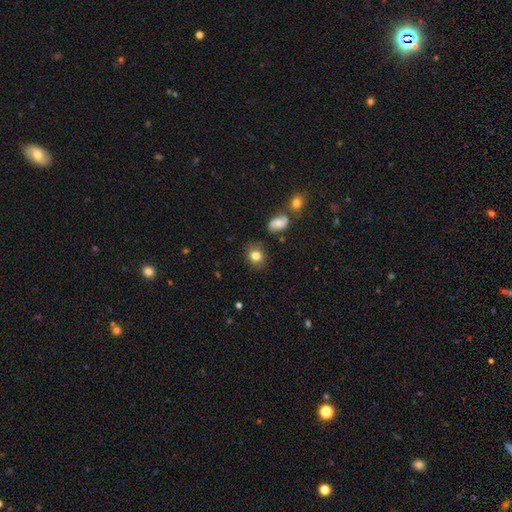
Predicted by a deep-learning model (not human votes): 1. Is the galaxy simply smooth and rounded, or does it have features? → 82% smooth, 10% star or artifact, 9% featured or disk.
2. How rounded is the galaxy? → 70% round, 29% in between, 1% cigar-shaped.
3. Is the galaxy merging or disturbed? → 83% none, 11% minor disturbance, 3% major disturbance, 3% merger.